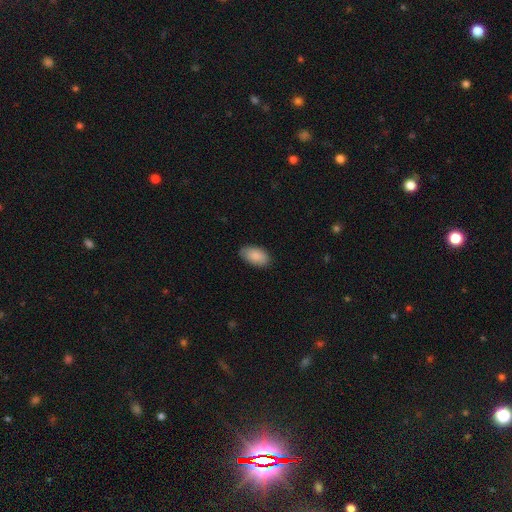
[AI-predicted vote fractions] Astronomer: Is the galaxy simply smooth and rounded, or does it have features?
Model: smooth — 88%.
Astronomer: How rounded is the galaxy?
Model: in between — 95%.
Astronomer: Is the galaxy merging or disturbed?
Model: none — 85%.